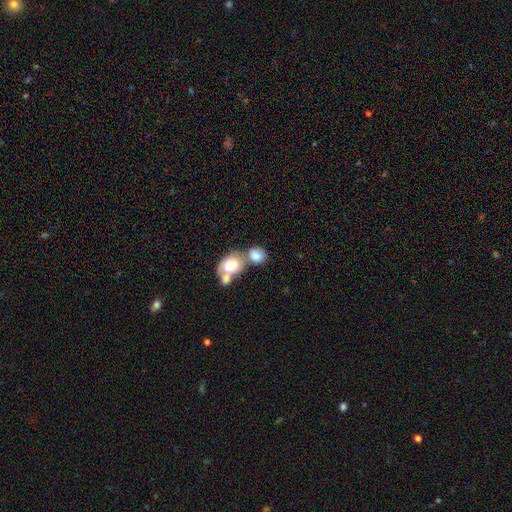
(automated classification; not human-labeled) smooth 75%, featured or disk 18%, star or artifact 8%. Down the decision tree: how rounded — in between (59%); merging — merger (65%).